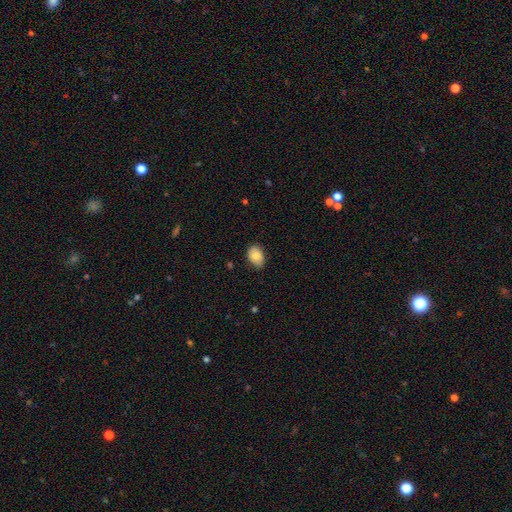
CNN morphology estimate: Smooth or featured? smooth (82%)
How rounded? in between (82%)
Merging? none (77%)